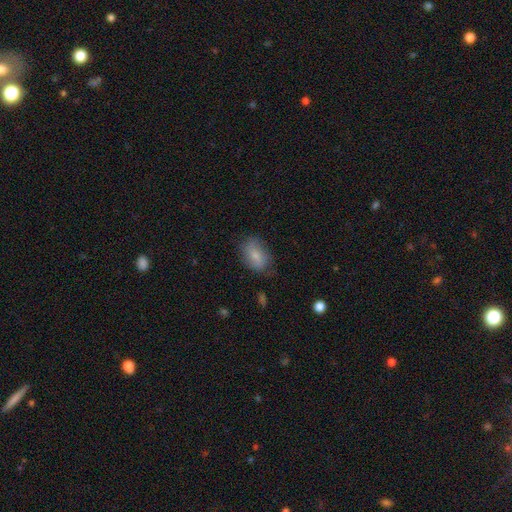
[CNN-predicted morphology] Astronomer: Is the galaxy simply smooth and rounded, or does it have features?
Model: smooth — 74%.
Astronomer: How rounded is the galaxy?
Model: in between — 84%.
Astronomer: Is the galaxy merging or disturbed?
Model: none — 70%.